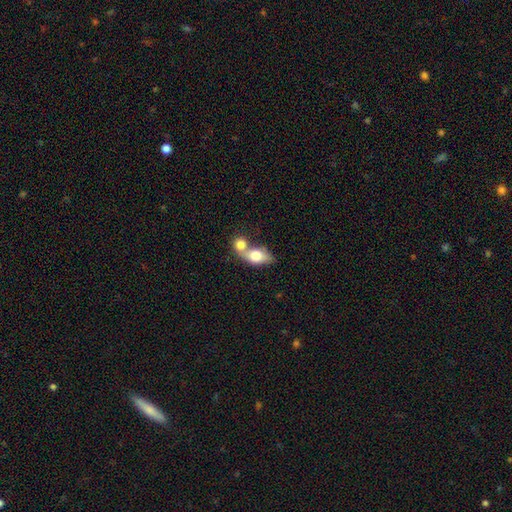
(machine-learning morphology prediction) type=smooth (72%); roundness=in between (72%); merging=merger (69%).